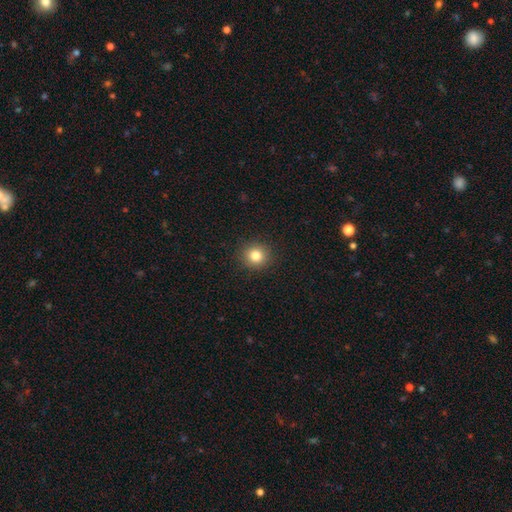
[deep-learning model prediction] Smooth or featured: smooth — 82% (star or artifact — 12%)
How rounded: round — 90% (in between — 9%)
Merging: none — 91% (minor disturbance — 6%)